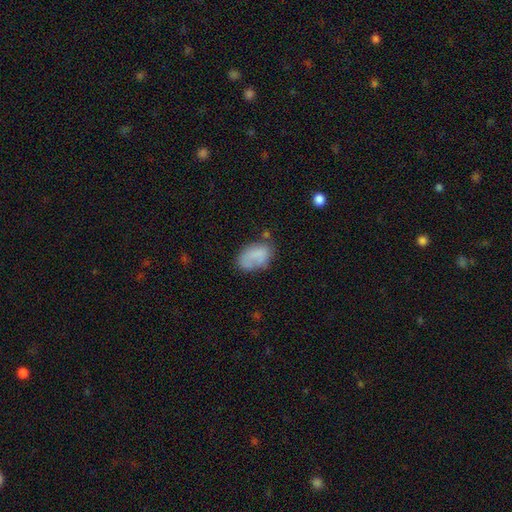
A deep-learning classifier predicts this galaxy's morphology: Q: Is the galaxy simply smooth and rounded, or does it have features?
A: smooth — 76%.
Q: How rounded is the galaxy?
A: in between — 87%.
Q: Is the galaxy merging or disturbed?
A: none — 48%.